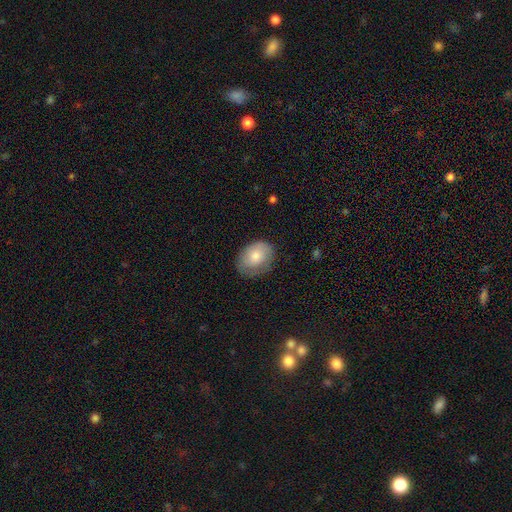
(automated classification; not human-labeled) Overall: smooth (76%). How rounded: in between (68%; round 31%). Merging: none (69%).